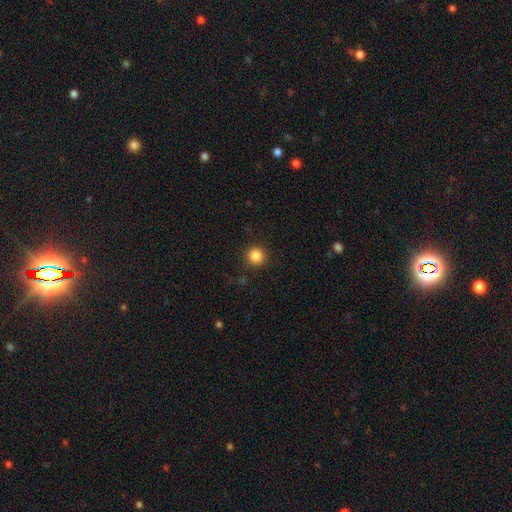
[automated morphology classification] Overall: smooth (85%). How rounded: round (94%). Merging: none (90%).